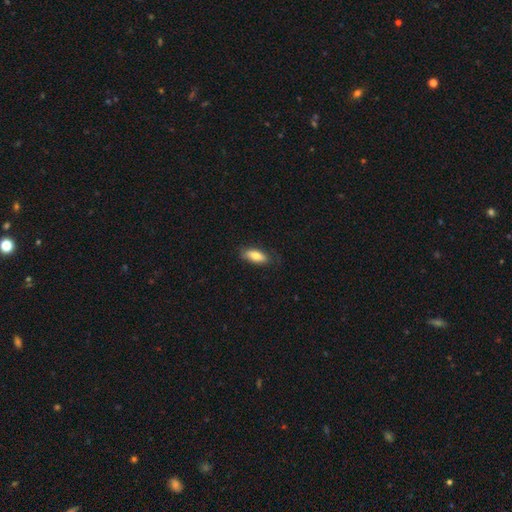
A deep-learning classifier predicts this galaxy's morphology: smooth-or-featured: smooth: 77% | featured or disk: 17% | star or artifact: 6%
  how-rounded: in between: 78% | cigar-shaped: 19% | round: 2%
  merging: none: 80% | minor disturbance: 16% | major disturbance: 3% | merger: 1%